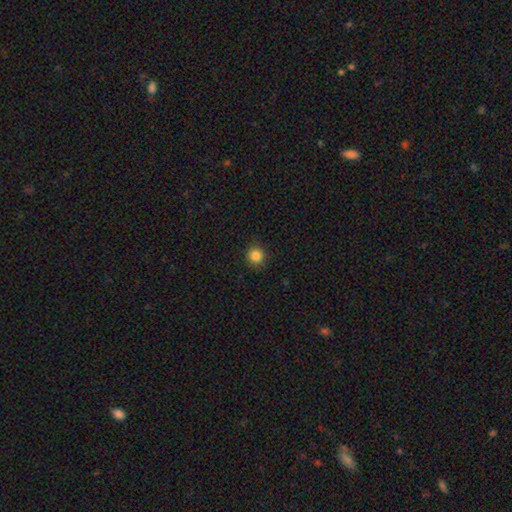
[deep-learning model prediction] smooth_or_featured: smooth (p=0.85) [alt: star or artifact p=0.11]
how_rounded: round (p=0.94) [alt: in between p=0.05]
merging: none (p=0.90) [alt: minor disturbance p=0.07]